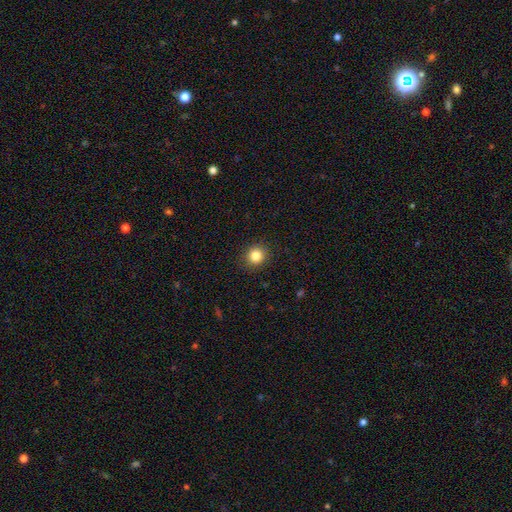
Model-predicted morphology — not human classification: Smooth or featured? Predicted: smooth (p=0.84). How rounded? Predicted: round (p=0.87). Merging? Predicted: none (p=0.90).